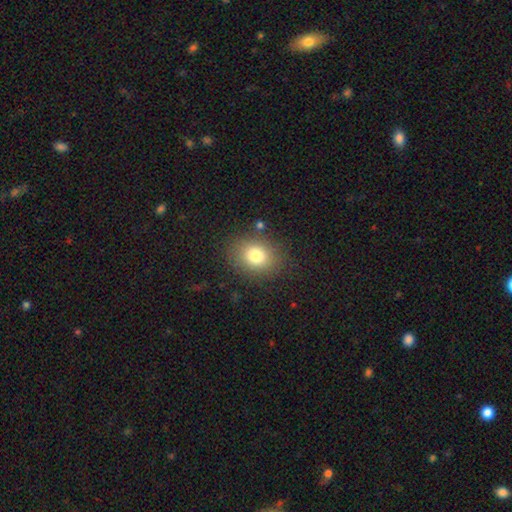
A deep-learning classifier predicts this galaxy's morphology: Smooth or featured? Predicted: smooth (p=0.79). How rounded? Predicted: round (p=0.56). Merging? Predicted: none (p=0.84).